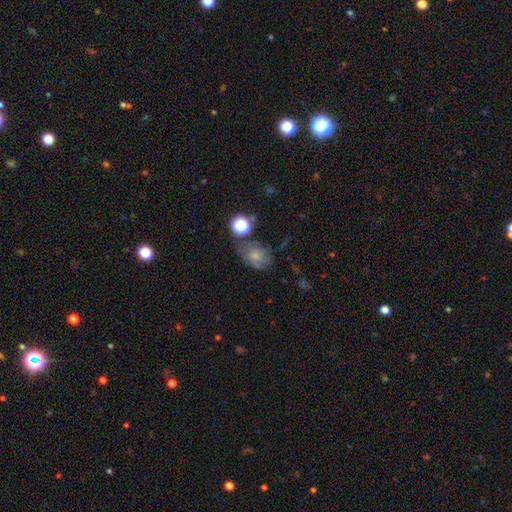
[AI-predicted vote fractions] Morphology: type=smooth (67%); roundness=in between (60%); merging=none (54%).